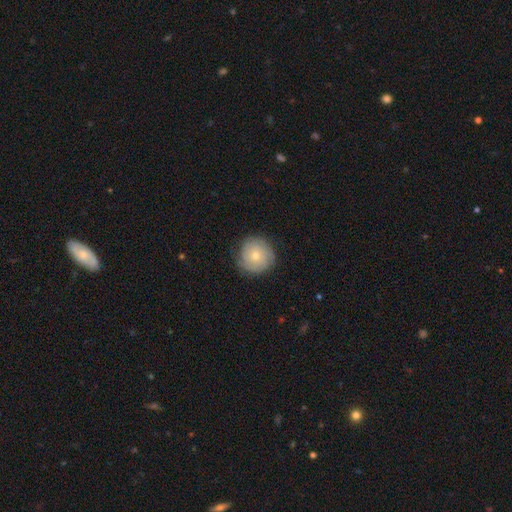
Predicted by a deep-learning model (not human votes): Smooth or featured: smooth — 57% (featured or disk — 36%)
How rounded: round — 93% (in between — 6%)
Merging: none — 78% (minor disturbance — 17%)